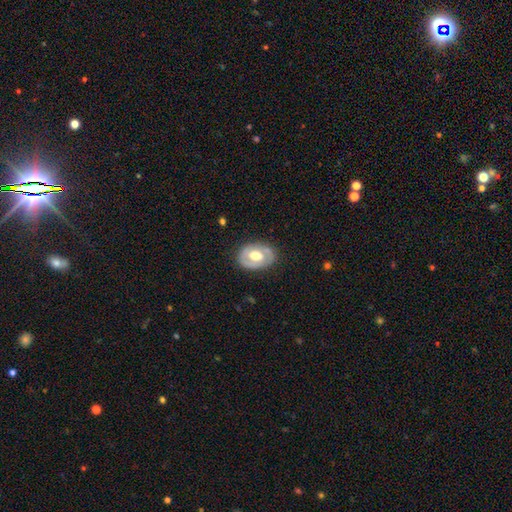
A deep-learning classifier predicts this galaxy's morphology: Smooth or featured? Predicted: featured or disk (p=0.60). Edge-on disk? Predicted: no (p=0.93). Bar? Predicted: no (p=0.62). Spiral arms? Predicted: no (p=0.64). Bulge size? Predicted: moderate (p=0.62). Merging? Predicted: none (p=0.78).